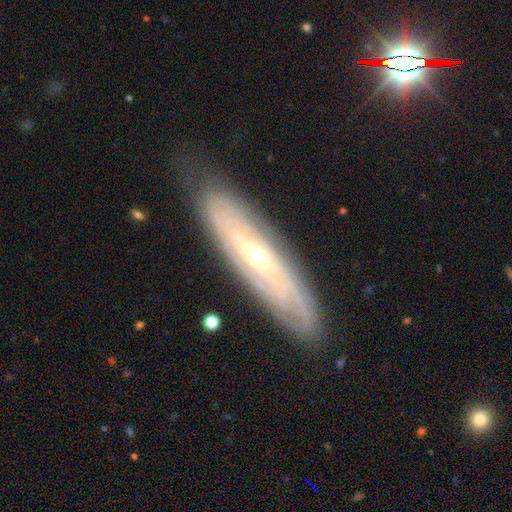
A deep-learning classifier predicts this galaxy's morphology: This appears to be a featured or disk galaxy (76%) with no bar (54%), spiral arms (81%) and a moderate central bulge (49%). Merging: none (78%).